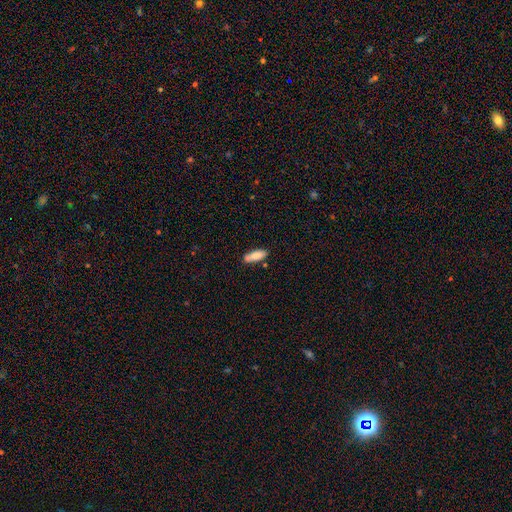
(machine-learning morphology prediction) Overall: smooth (84%). How rounded: in between (58%; cigar-shaped 40%). Merging: none (80%).